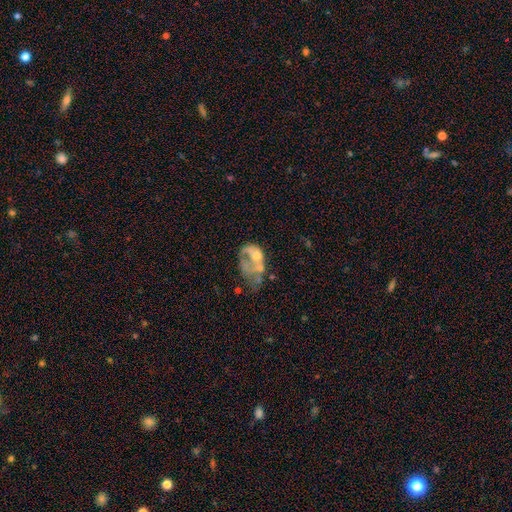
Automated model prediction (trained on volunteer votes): This is possibly a featured or disk galaxy (52%). It is clearly not viewed edge-on (98%). Bar: clearly no (90%). Spiral arm pattern: clearly no (91%). Central bulge: marginally none (43%). Merging: marginally major disturbance (40%).